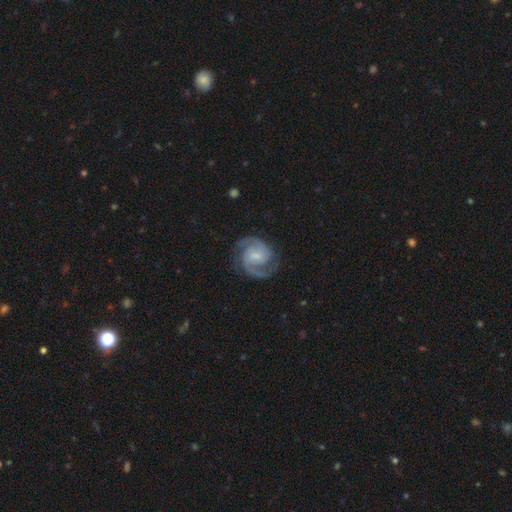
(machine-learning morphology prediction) This is clearly a featured or disk galaxy (89%). It is clearly not viewed edge-on (98%). Bar: possibly weak (54%). Spiral arm pattern: clearly yes (98%). Spiral arm count: clearly 2 (86%). Spiral winding: possibly medium (49%). Central bulge: possibly small (51%). Merging: likely none (78%).